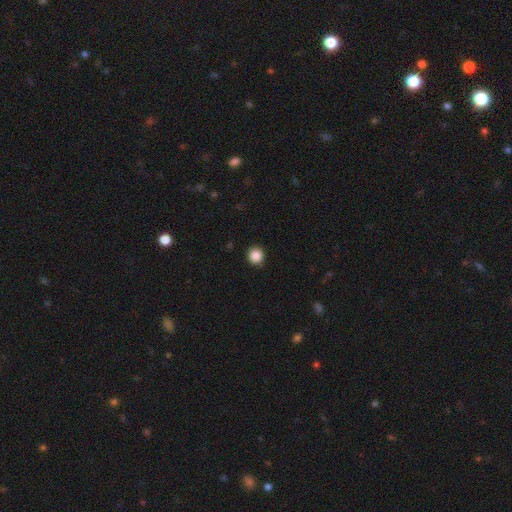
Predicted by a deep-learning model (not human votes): Morphology: type=smooth (88%); roundness=round (94%); merging=none (91%).